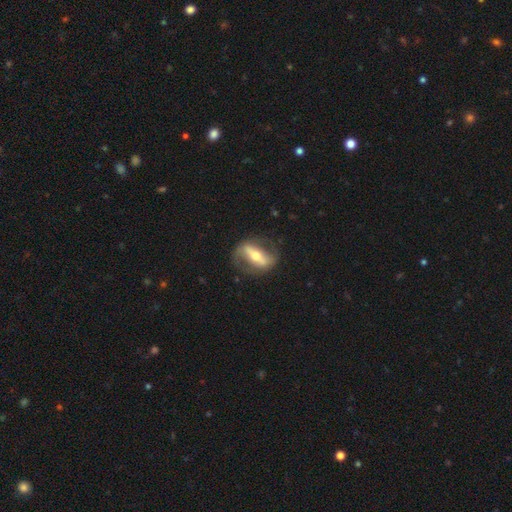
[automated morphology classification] Smooth or featured? featured or disk (75%)
Edge-on disk? no (73%)
Bar? strong (75%)
Spiral arms? yes (57%)
Bulge size? moderate (63%)
Merging? none (74%)